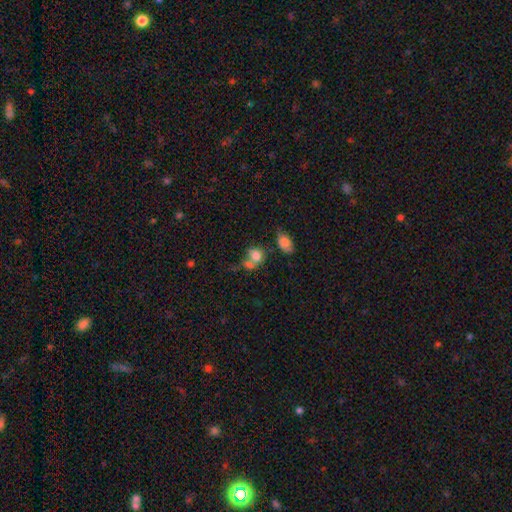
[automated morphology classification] smooth_or_featured: smooth (p=0.76) [alt: featured or disk p=0.13]
how_rounded: round (p=0.59) [alt: in between p=0.39]
merging: merger (p=0.50) [alt: none p=0.33]